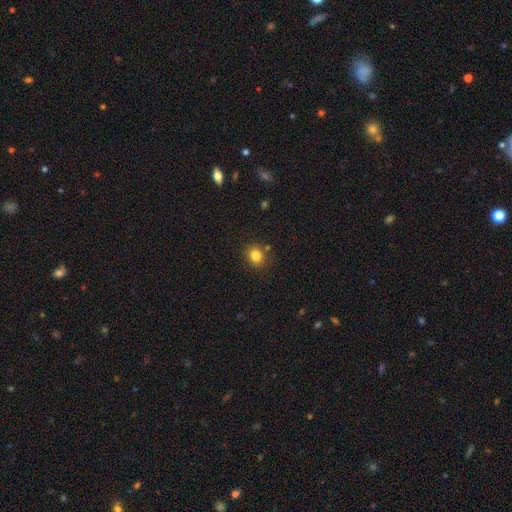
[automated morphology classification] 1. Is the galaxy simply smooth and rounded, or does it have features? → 83% smooth, 12% star or artifact, 6% featured or disk.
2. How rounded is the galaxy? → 73% round, 26% in between, 1% cigar-shaped.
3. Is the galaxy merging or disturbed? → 83% none, 10% minor disturbance, 4% merger, 3% major disturbance.